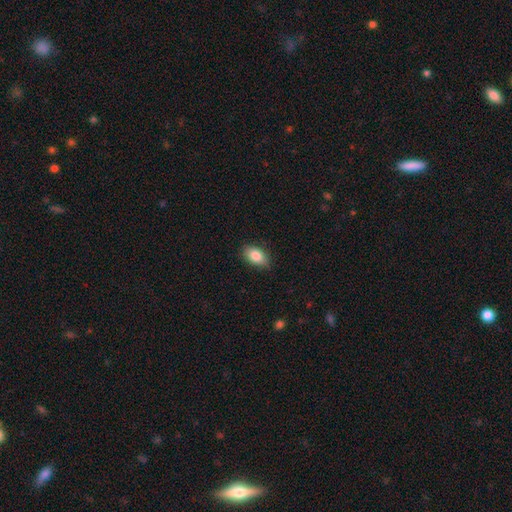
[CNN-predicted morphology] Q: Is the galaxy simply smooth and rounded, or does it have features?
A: smooth — 86%.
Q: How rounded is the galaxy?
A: in between — 91%.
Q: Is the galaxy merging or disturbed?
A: none — 86%.